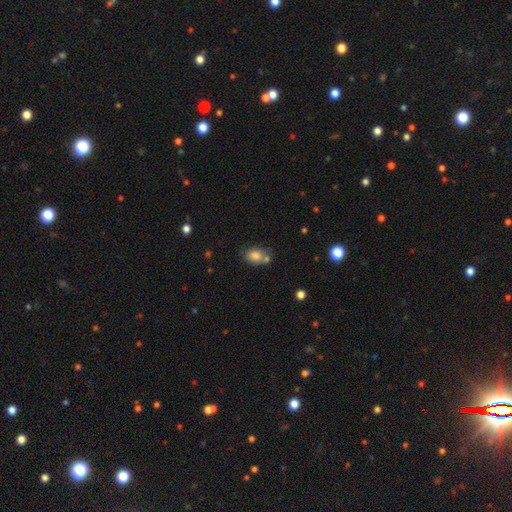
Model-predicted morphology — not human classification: Q: Smooth or featured?
A: smooth (80%); runner-up: featured or disk (10%)
Q: How rounded?
A: in between (76%); runner-up: round (22%)
Q: Merging?
A: none (54%); runner-up: merger (23%)